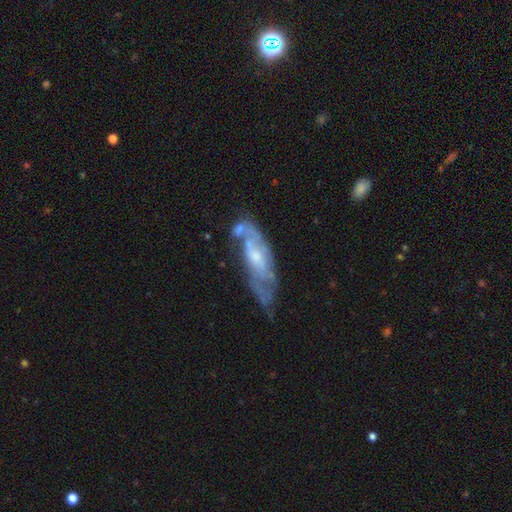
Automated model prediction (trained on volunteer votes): Smooth or featured? Predicted: featured or disk (p=0.71). Edge-on disk? Predicted: no (p=0.79). Bar? Predicted: no (p=0.63). Spiral arms? Predicted: yes (p=0.68). Bulge size? Predicted: small (p=0.49). Merging? Predicted: none (p=0.47).